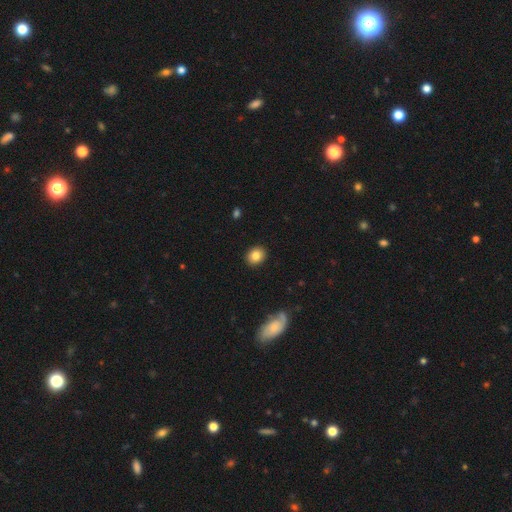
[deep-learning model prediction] smooth 84%, star or artifact 8%, featured or disk 7%. Down the decision tree: how rounded — round (65%); merging — none (90%).